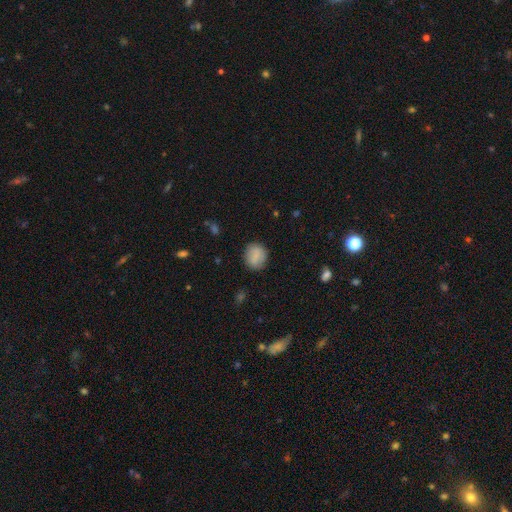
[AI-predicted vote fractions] Q: Smooth or featured?
A: smooth (82%); runner-up: featured or disk (11%)
Q: How rounded?
A: round (73%); runner-up: in between (25%)
Q: Merging?
A: none (85%); runner-up: minor disturbance (11%)